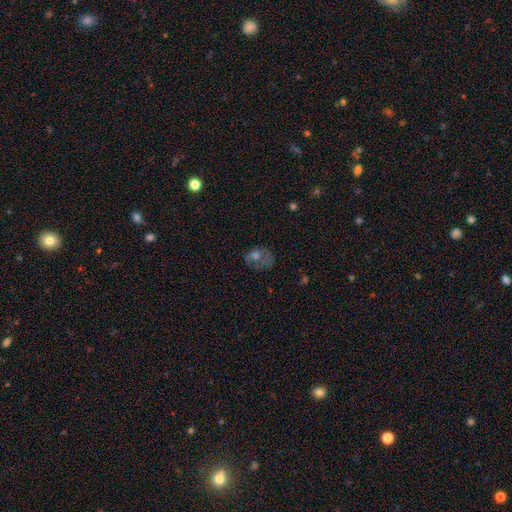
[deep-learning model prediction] Smooth or featured: smooth — 47% (featured or disk — 36%)
Merging: none — 47% (major disturbance — 26%)